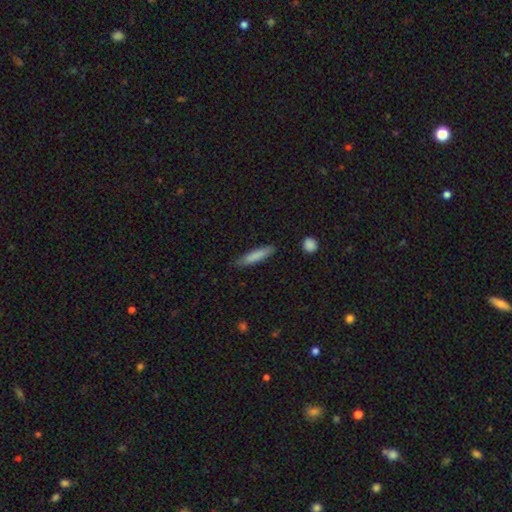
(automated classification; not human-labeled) A smooth galaxy with no disk features (80%) that is cigar-shaped (86%).

Vote fractions:
- Smooth or featured? smooth: 80% / featured or disk: 13% / star or artifact: 6%
- How rounded? cigar-shaped: 86% / in between: 13% / round: 1%
- Merging? none: 82% / minor disturbance: 14% / major disturbance: 3% / merger: 2%